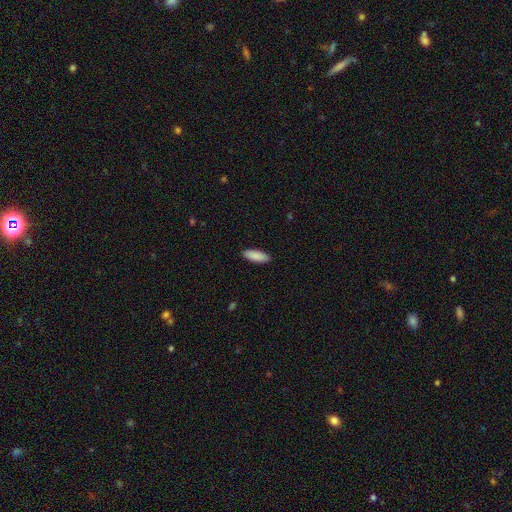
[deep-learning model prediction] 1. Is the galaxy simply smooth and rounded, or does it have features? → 89% smooth, 6% star or artifact, 5% featured or disk.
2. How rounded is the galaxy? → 67% in between, 32% cigar-shaped, 2% round.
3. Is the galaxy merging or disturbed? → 90% none, 7% minor disturbance, 2% major disturbance, 1% merger.